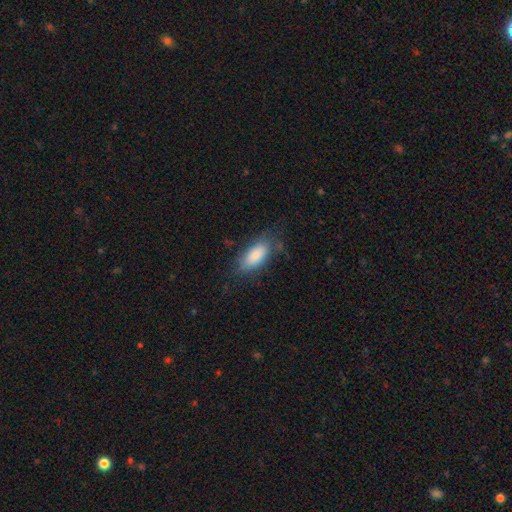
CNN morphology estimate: A smooth galaxy with no disk features (85%) that is in between round and cigar-shaped (86%).

Vote fractions:
- Smooth or featured? smooth: 85% / featured or disk: 9% / star or artifact: 6%
- How rounded? in between: 86% / cigar-shaped: 12% / round: 2%
- Merging? none: 72% / minor disturbance: 20% / major disturbance: 7% / merger: 2%